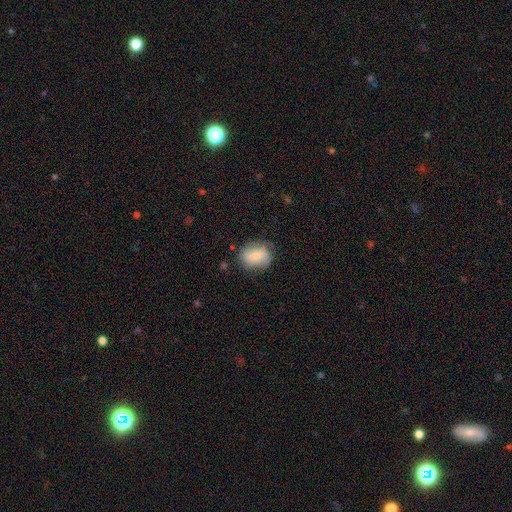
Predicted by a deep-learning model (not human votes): Overall: smooth (63%; featured or disk 30%). How rounded: in between (50%; round 49%). Merging: none (70%).